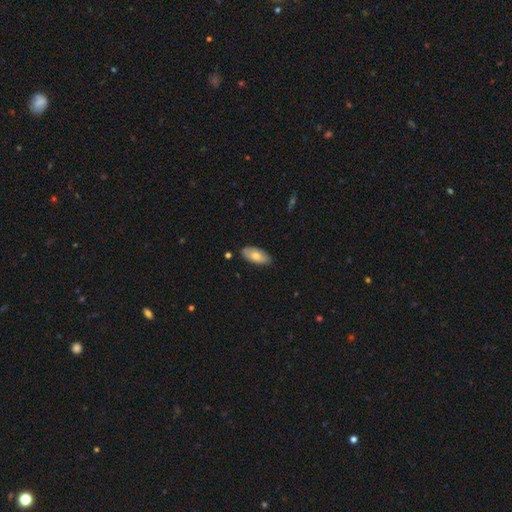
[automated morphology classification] smooth_or_featured: smooth (p=0.68) [alt: featured or disk p=0.26]
how_rounded: in between (p=0.91) [alt: cigar-shaped p=0.07]
merging: none (p=0.83) [alt: minor disturbance p=0.14]